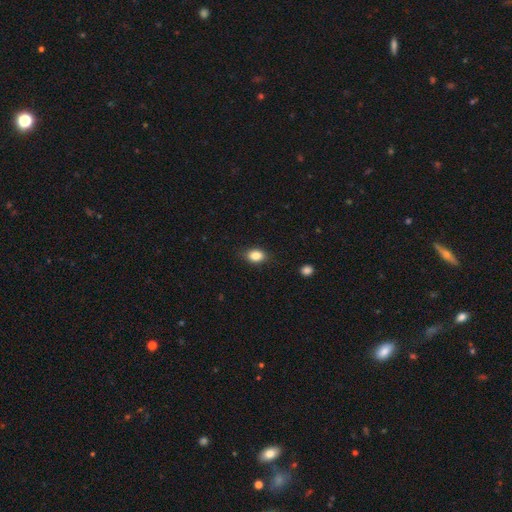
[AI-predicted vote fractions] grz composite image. It shows a smooth galaxy with no disk features (85%) that is in between round and cigar-shaped (77%). Merging: none (84%).